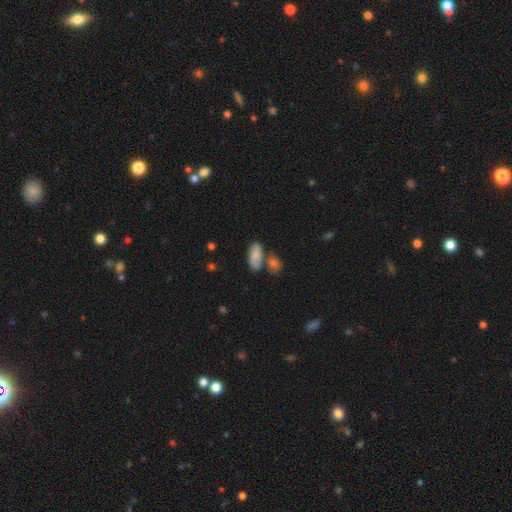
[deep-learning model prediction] Smooth or featured? Predicted: smooth (p=0.76). How rounded? Predicted: in between (p=0.86). Merging? Predicted: none (p=0.51).